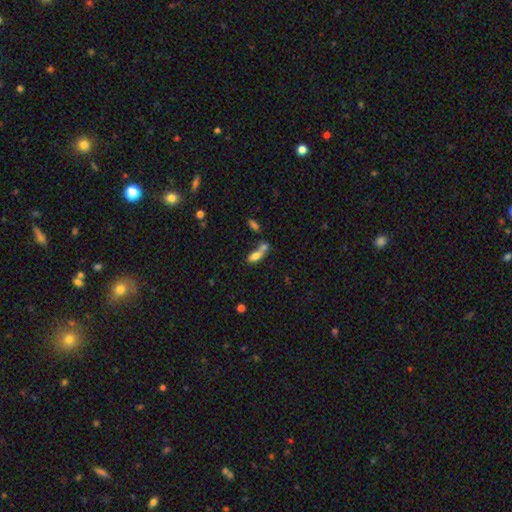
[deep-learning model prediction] This appears to be a smooth galaxy with no disk features (72%) that is in between round and cigar-shaped (74%). Merging: merger (53%).